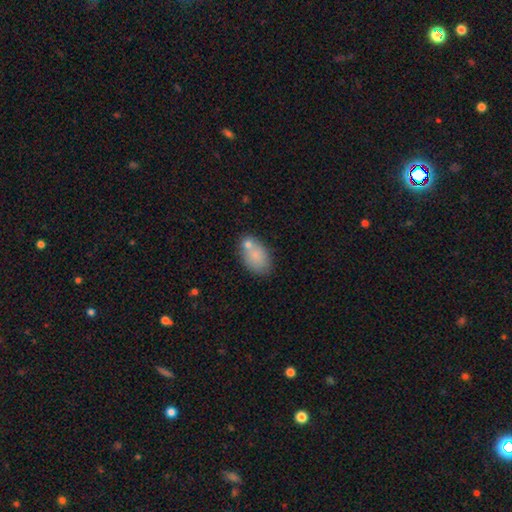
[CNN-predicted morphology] smooth 80%, featured or disk 12%, star or artifact 8%. Down the decision tree: how rounded — in between (89%); merging — none (59%).